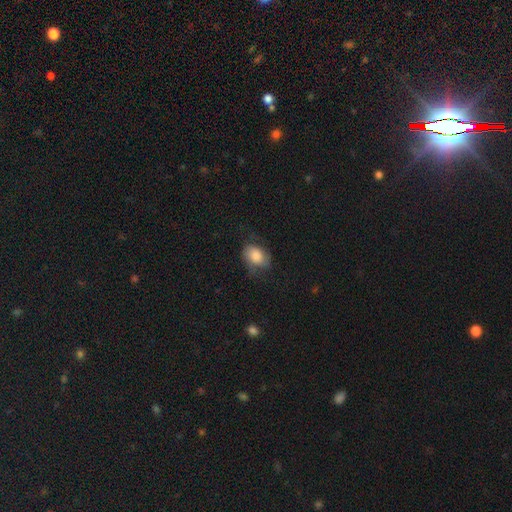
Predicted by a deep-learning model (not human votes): Morphology: type=smooth (71%); roundness=in between (75%); merging=none (55%).